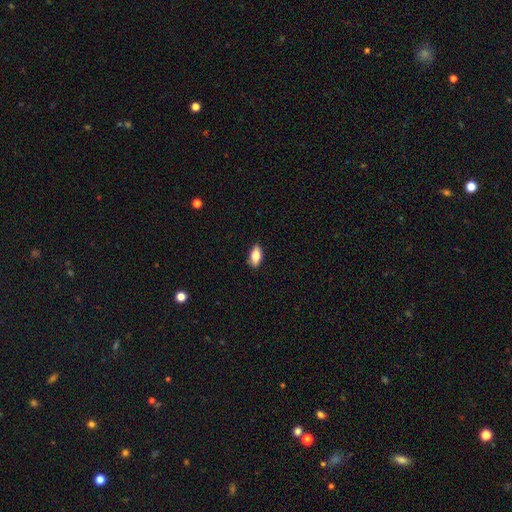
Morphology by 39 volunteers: This is likely a smooth galaxy (74%). How rounded: possibly in between (59%). Merging: likely none (78%).